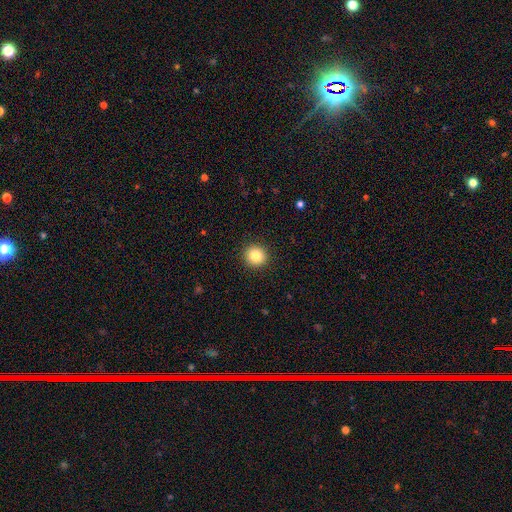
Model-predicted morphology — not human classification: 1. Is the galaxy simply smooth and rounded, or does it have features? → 84% smooth, 10% star or artifact, 6% featured or disk.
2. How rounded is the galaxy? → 93% round, 6% in between, 1% cigar-shaped.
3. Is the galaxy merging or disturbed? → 92% none, 5% minor disturbance, 2% major disturbance, 1% merger.